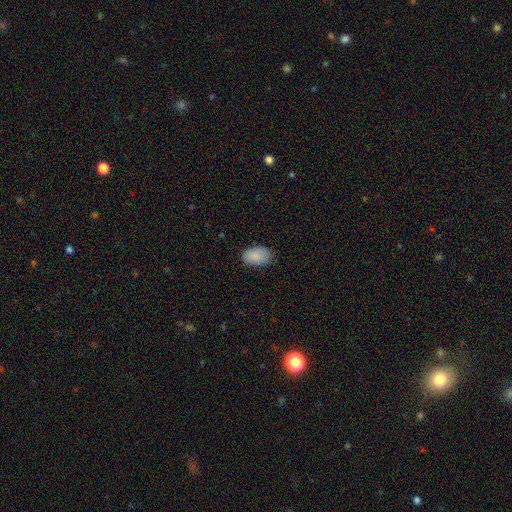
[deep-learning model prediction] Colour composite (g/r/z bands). It shows a smooth galaxy with no disk features (89%) that is in between round and cigar-shaped (92%). Merging: none (79%).